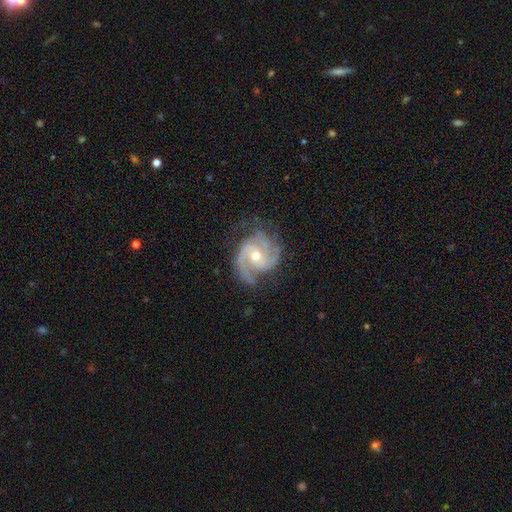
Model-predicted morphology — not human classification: smooth_or_featured: featured or disk (p=0.92) [alt: star or artifact p=0.04]
disk_edge_on: no (p=0.98) [alt: yes p=0.02]
bar: no (p=0.51) [alt: weak p=0.39]
has_spiral_arms: yes (p=0.98) [alt: no p=0.02]
spiral_winding: medium (p=0.48) [alt: tight p=0.43]
spiral_arm_count: 3 (p=0.41) [alt: 2 p=0.39]
bulge_size: moderate (p=0.63) [alt: small p=0.33]
merging: none (p=0.70) [alt: minor disturbance p=0.20]